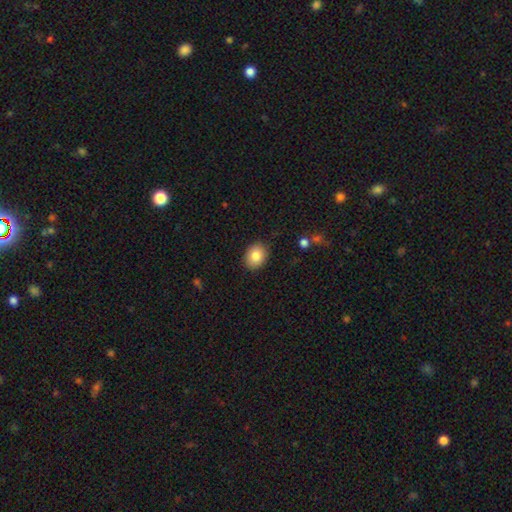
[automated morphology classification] This appears to be a smooth galaxy with no disk features (83%) that is in between round and cigar-shaped (54%). Merging: none (88%).